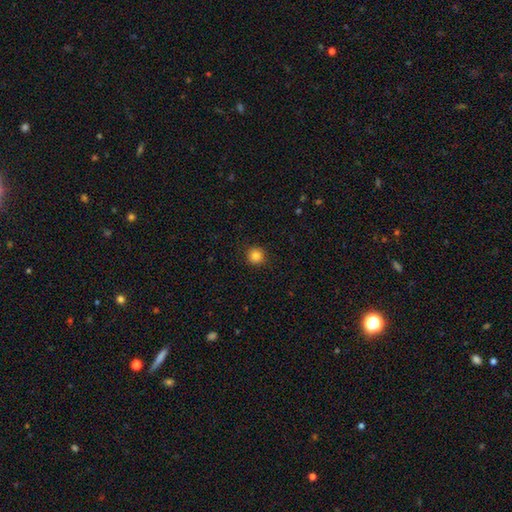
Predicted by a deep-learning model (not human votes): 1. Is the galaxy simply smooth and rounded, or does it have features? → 84% smooth, 11% star or artifact, 5% featured or disk.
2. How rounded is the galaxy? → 94% round, 5% in between, 1% cigar-shaped.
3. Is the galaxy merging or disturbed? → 91% none, 6% minor disturbance, 2% major disturbance, 1% merger.